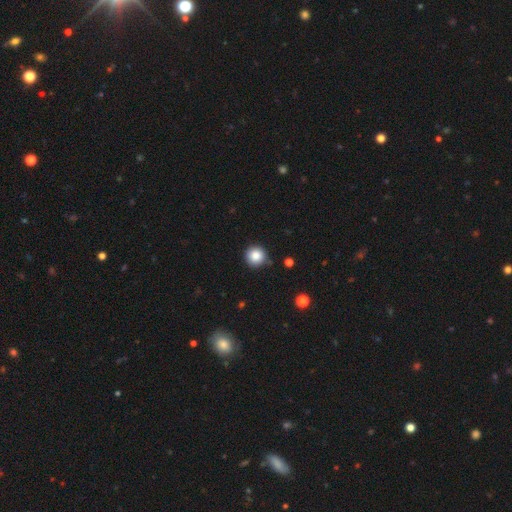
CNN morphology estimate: smooth 86%, star or artifact 10%, featured or disk 4%. Down the decision tree: how rounded — round (95%); merging — none (85%).